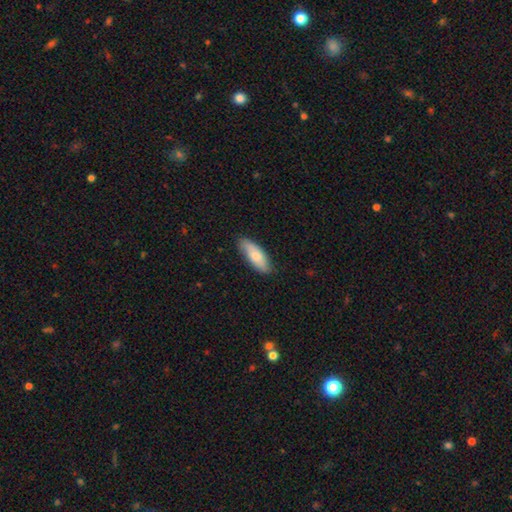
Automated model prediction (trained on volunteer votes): A smooth galaxy with no disk features (77%) that is in between round and cigar-shaped (71%). Merging: none (83%).